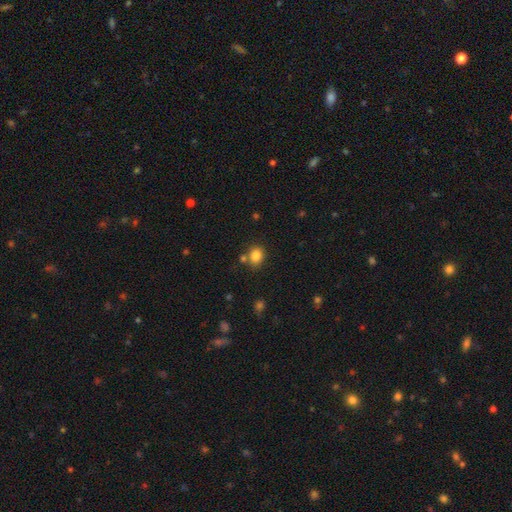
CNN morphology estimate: smooth-or-featured: smooth: 83% | star or artifact: 11% | featured or disk: 5%
  how-rounded: round: 61% | in between: 38% | cigar-shaped: 1%
  merging: none: 72% | merger: 13% | minor disturbance: 11% | major disturbance: 3%